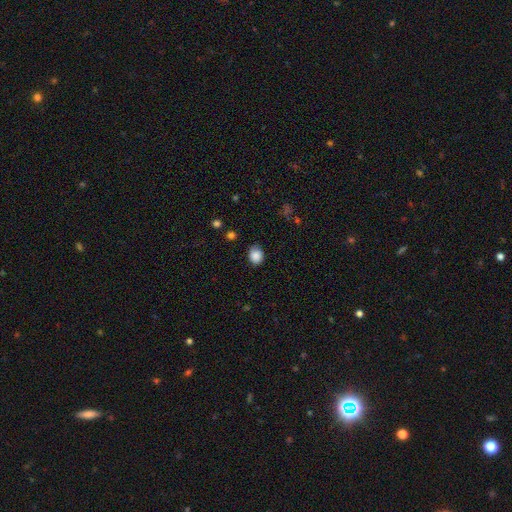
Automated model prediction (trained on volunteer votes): Smooth or featured: smooth — 86% (star or artifact — 9%)
How rounded: round — 60% (in between — 39%)
Merging: none — 73% (minor disturbance — 21%)